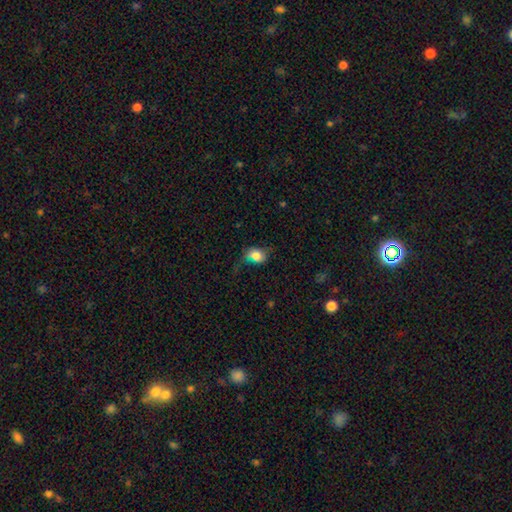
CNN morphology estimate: The model was most divided on "merging": none: 39%, minor disturbance: 30%, major disturbance: 27%, merger: 4%. More confident: smooth or featured — smooth (74%); how rounded — in between (64%).